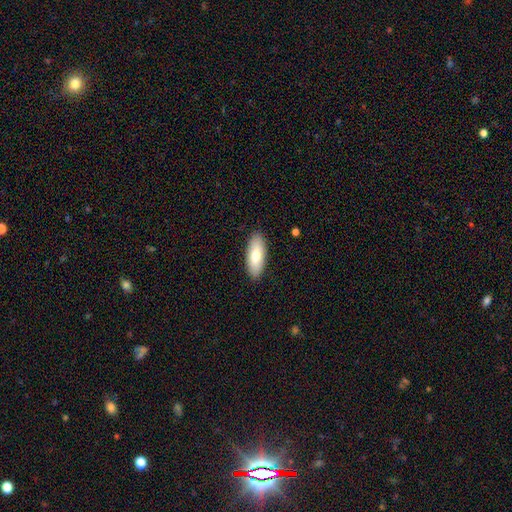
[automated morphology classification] Smooth or featured?
  - smooth: 75% *
  - featured or disk: 19%
  - star or artifact: 6%
How rounded?
  - in between: 79% *
  - cigar-shaped: 19%
  - round: 2%
Merging?
  - none: 89% *
  - minor disturbance: 8%
  - major disturbance: 2%
  - merger: 1%